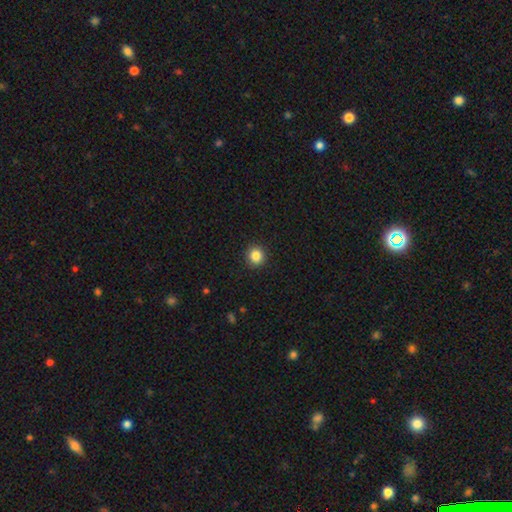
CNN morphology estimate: smooth-or-featured: smooth: 85% | star or artifact: 11% | featured or disk: 5%
  how-rounded: round: 91% | in between: 8% | cigar-shaped: 1%
  merging: none: 92% | minor disturbance: 5% | major disturbance: 2% | merger: 1%